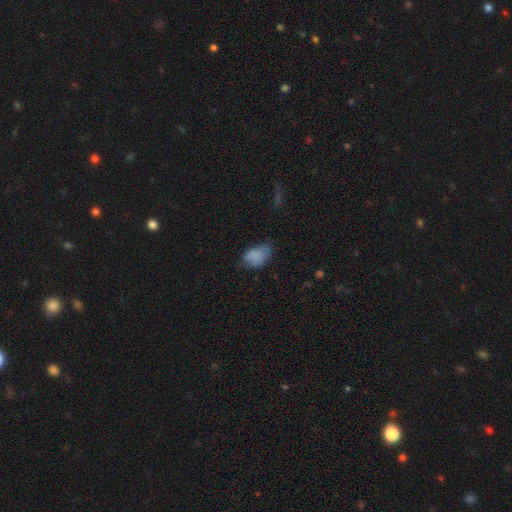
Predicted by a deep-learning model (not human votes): smooth-or-featured: smooth: 79% | featured or disk: 11% | star or artifact: 10%
  how-rounded: in between: 88% | round: 11% | cigar-shaped: 1%
  merging: none: 43% | minor disturbance: 38% | major disturbance: 16% | merger: 3%